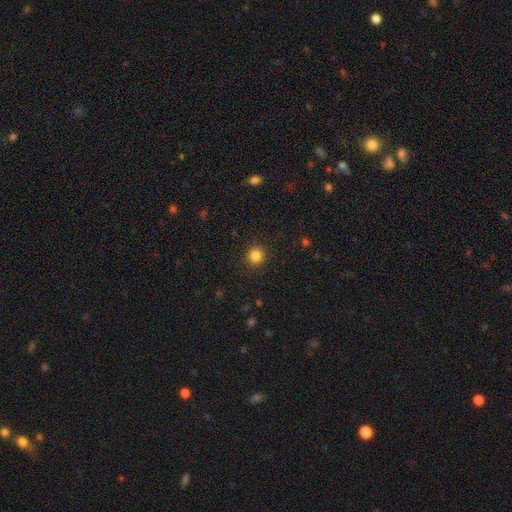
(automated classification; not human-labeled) Smooth or featured? Predicted: smooth (p=0.84). How rounded? Predicted: round (p=0.92). Merging? Predicted: none (p=0.91).